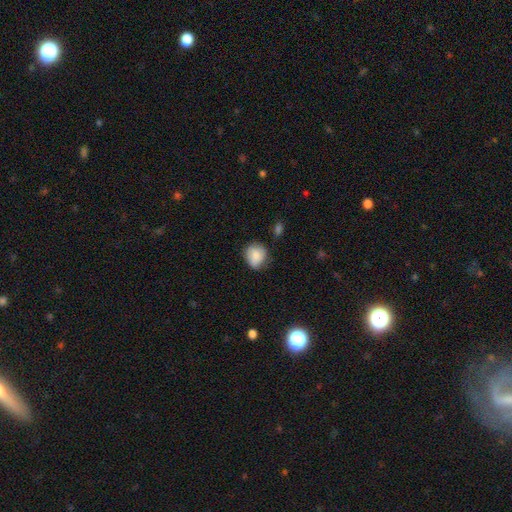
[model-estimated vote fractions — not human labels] Overall: smooth (81%). How rounded: round (78%). Merging: none (64%; minor disturbance 28%).